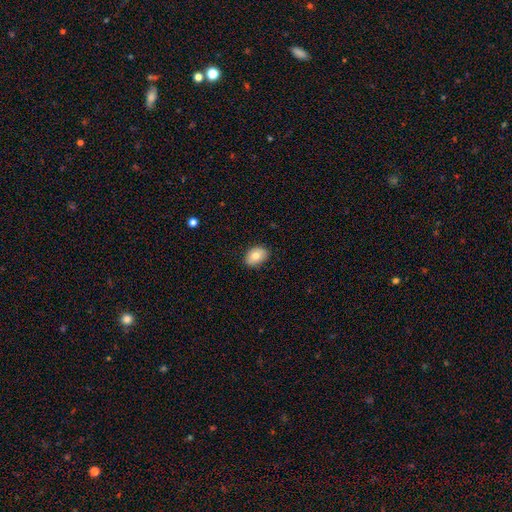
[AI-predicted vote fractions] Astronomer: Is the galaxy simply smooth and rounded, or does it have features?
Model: smooth — 79%.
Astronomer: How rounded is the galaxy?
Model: in between — 78%.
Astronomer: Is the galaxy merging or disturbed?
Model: none — 86%.